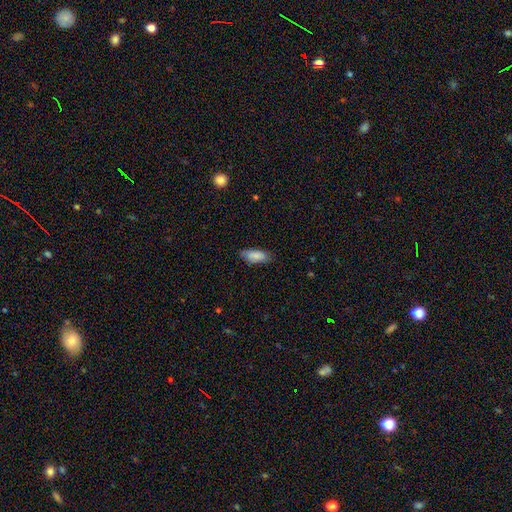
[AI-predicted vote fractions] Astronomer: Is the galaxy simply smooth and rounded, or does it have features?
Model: smooth — 86%.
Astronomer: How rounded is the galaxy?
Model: in between — 79%.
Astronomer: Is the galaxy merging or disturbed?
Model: none — 79%.